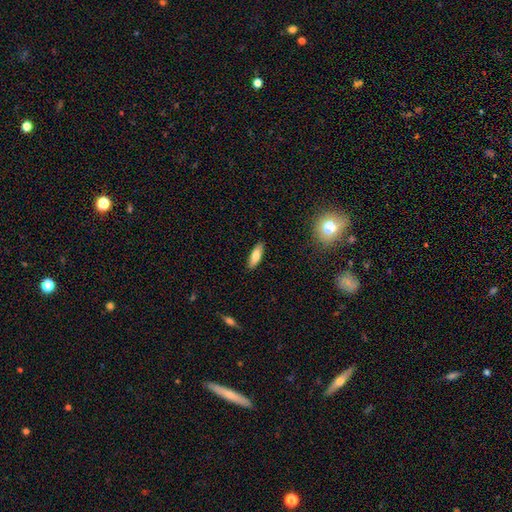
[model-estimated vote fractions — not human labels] A smooth galaxy with no disk features (79%) that is in between round and cigar-shaped (59%).

Vote fractions:
- Smooth or featured? smooth: 79% / featured or disk: 14% / star or artifact: 7%
- How rounded? in between: 59% / cigar-shaped: 39% / round: 2%
- Merging? none: 87% / minor disturbance: 10% / major disturbance: 2% / merger: 1%